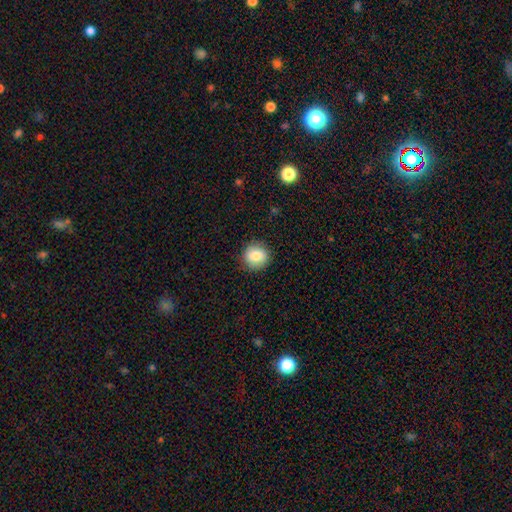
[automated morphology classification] The model was most divided on "how rounded": round: 84%, in between: 15%, cigar-shaped: 1%. More confident: merging — none (87%); smooth or featured — smooth (83%).